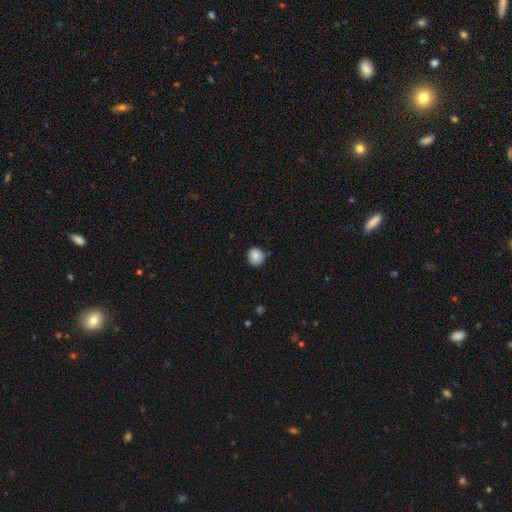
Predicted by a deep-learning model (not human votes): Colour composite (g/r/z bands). It shows a smooth galaxy with no disk features (85%) that is round (84%). Merging: none (83%).